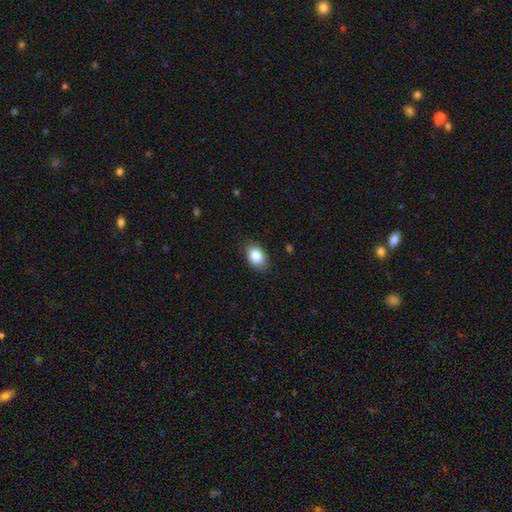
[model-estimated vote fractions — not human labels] The model was most divided on "how rounded": in between: 80%, round: 19%, cigar-shaped: 1%. More confident: smooth or featured — smooth (85%); merging — none (84%).